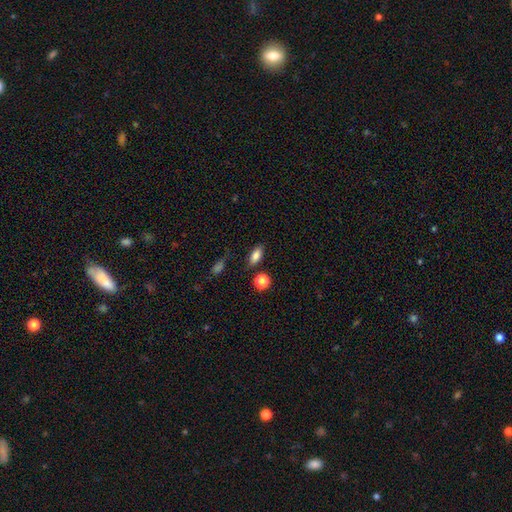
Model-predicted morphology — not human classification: smooth-or-featured: smooth: 82% | star or artifact: 9% | featured or disk: 8%
  how-rounded: in between: 83% | cigar-shaped: 9% | round: 8%
  merging: none: 80% | minor disturbance: 12% | merger: 4% | major disturbance: 3%